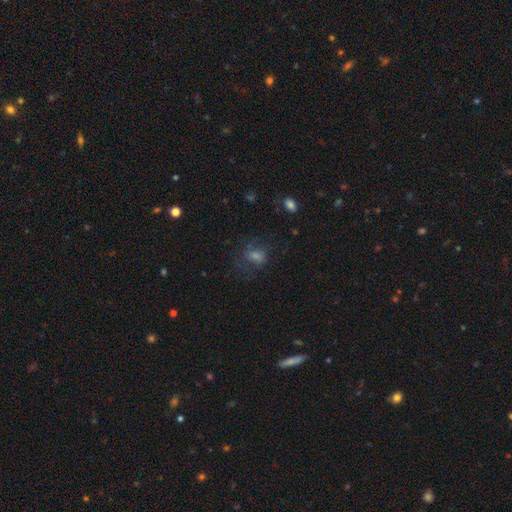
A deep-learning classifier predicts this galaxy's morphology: A smooth galaxy with no disk features (43%).

Vote fractions:
- Smooth or featured? smooth: 43% / featured or disk: 29% / star or artifact: 28%
- Merging? none: 59% / major disturbance: 21% / minor disturbance: 18% / merger: 2%